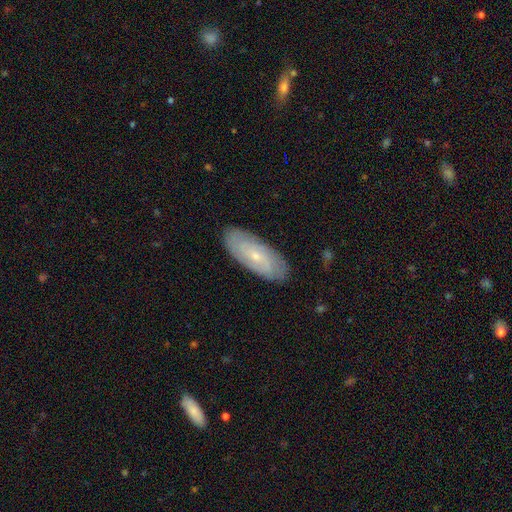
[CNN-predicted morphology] This is possibly a featured or disk galaxy (59%). It is clearly not viewed edge-on (88%). Bar: likely no (67%). Spiral arm pattern: clearly yes (81%). Central bulge: likely small (78%). Merging: clearly none (85%).